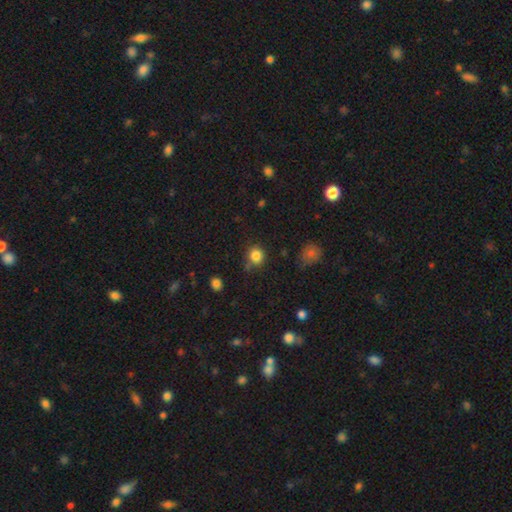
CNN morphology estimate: Smooth or featured? Predicted: smooth (p=0.84). How rounded? Predicted: round (p=0.85). Merging? Predicted: none (p=0.76).